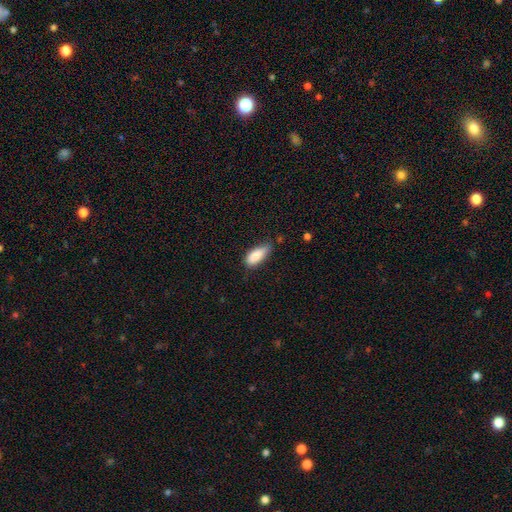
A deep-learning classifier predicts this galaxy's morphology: Smooth or featured: smooth — 86% (featured or disk — 7%)
How rounded: in between — 81% (cigar-shaped — 17%)
Merging: none — 50% (minor disturbance — 40%)